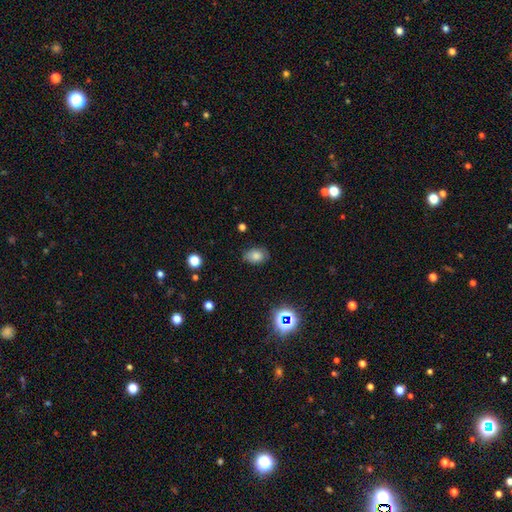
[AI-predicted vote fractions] Smooth or featured? smooth (77%)
How rounded? in between (79%)
Merging? none (78%)